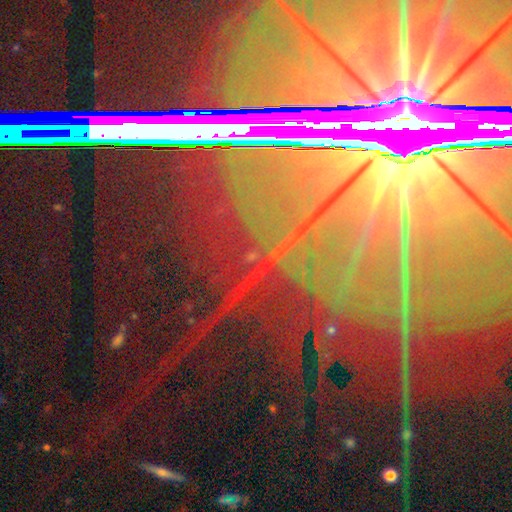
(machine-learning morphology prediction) A star or artifact, not a galaxy (87%).